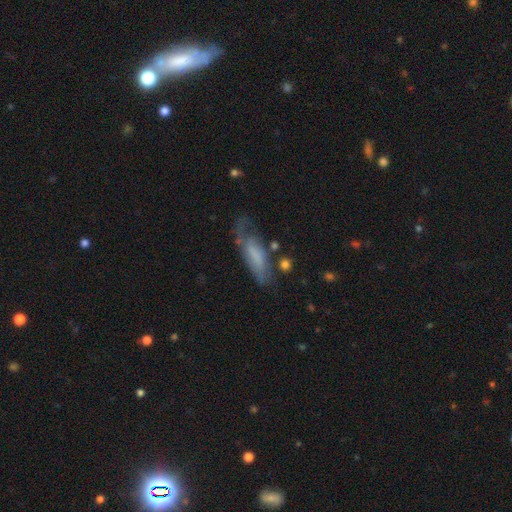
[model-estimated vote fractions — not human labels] Q: Smooth or featured?
A: smooth (48%); runner-up: featured or disk (43%)
Q: Merging?
A: none (41%); runner-up: minor disturbance (28%)